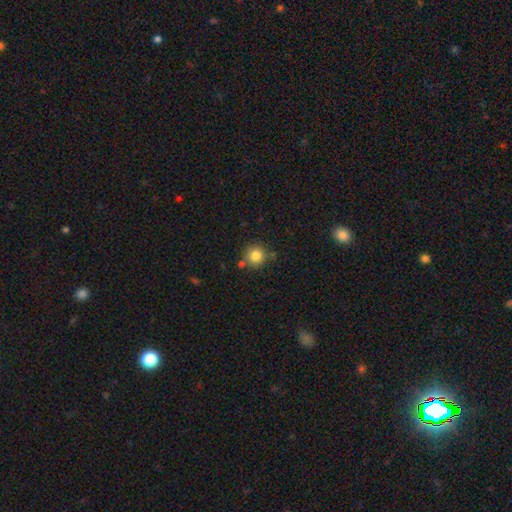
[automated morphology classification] This is clearly a smooth galaxy (83%). How rounded: clearly round (93%). Merging: likely none (78%).